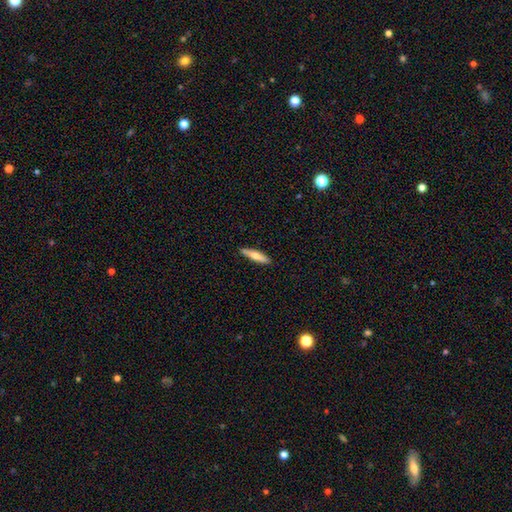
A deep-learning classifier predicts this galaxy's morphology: This appears to be a smooth galaxy with no disk features (66%) that is cigar-shaped (82%). Merging: none (89%).